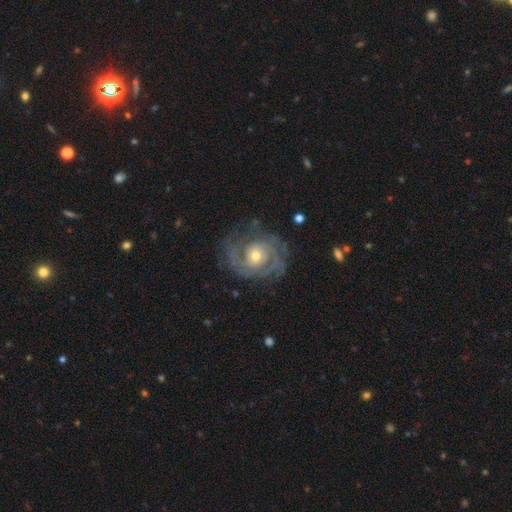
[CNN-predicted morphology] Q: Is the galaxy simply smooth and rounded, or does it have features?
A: featured or disk — 87%.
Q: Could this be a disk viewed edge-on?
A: no — 97%.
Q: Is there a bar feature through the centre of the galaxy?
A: no — 73%.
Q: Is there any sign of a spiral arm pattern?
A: yes — 95%.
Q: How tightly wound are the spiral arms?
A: tight — 60%.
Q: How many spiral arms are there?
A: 2 — 29%.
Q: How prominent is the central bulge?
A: moderate — 58%.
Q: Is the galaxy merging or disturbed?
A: none — 71%.